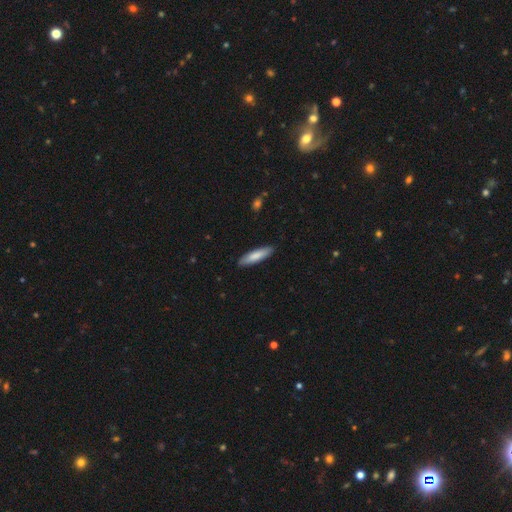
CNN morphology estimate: Smooth or featured? Predicted: smooth (p=0.82). How rounded? Predicted: cigar-shaped (p=0.72). Merging? Predicted: none (p=0.89).